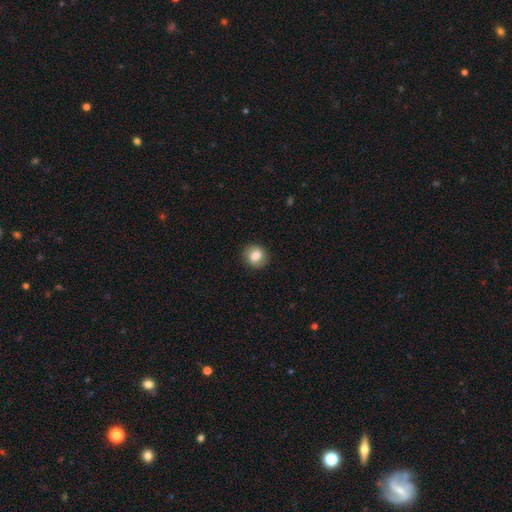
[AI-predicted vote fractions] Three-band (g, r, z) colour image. It shows a smooth galaxy with no disk features (80%) that is round (84%). Merging: none (89%).